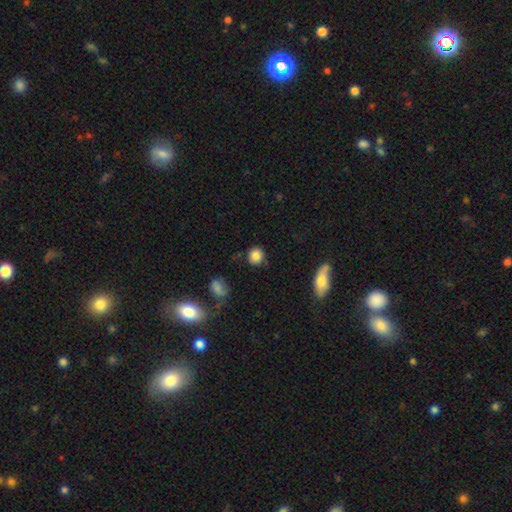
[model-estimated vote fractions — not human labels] Smooth or featured: smooth — 85% (star or artifact — 9%)
How rounded: round — 87% (in between — 12%)
Merging: none — 84% (minor disturbance — 11%)